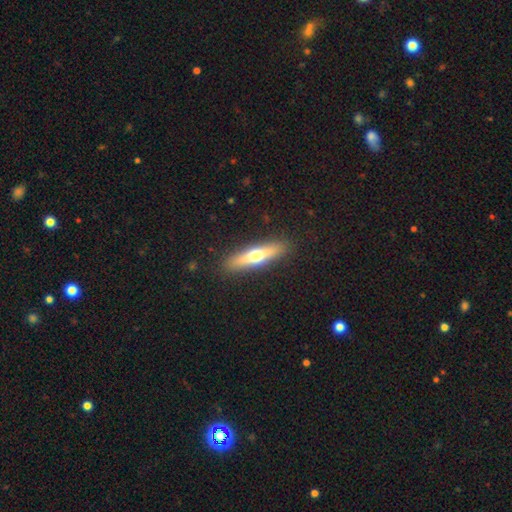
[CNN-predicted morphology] Smooth or featured: smooth — 48% (featured or disk — 46%)
Merging: none — 90% (minor disturbance — 7%)